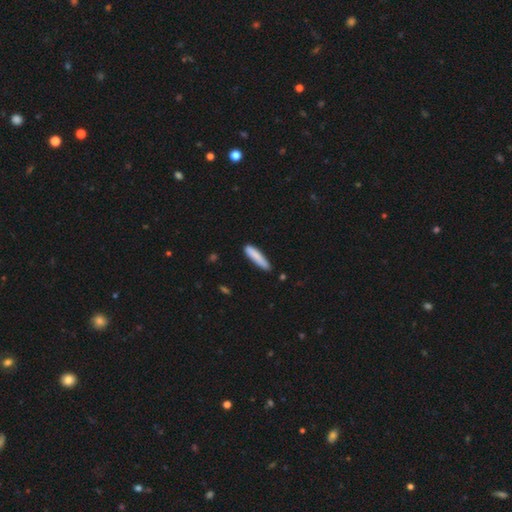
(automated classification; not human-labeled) Smooth or featured: smooth — 84% (featured or disk — 10%)
How rounded: cigar-shaped — 88% (in between — 11%)
Merging: none — 81% (minor disturbance — 15%)